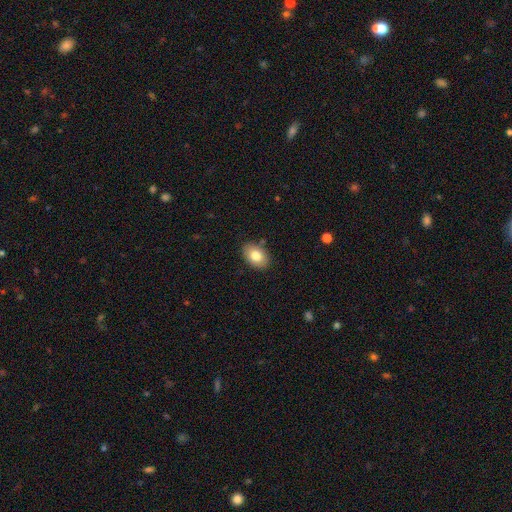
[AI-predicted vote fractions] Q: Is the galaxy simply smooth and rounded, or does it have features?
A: smooth — 80%.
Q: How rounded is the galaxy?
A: in between — 82%.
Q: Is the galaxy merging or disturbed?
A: none — 86%.